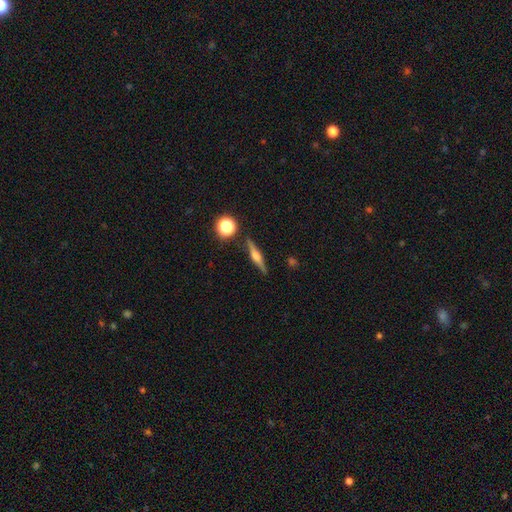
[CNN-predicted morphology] Smooth or featured? Predicted: featured or disk (p=0.63). Edge-on disk? Predicted: yes (p=0.97). Edge-on bulge? Predicted: rounded (p=0.82). Merging? Predicted: none (p=0.87).